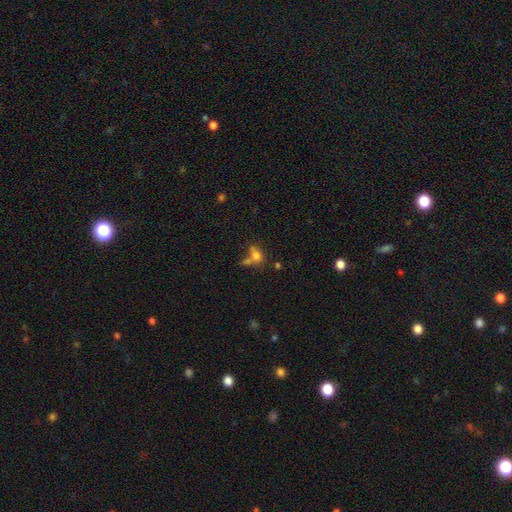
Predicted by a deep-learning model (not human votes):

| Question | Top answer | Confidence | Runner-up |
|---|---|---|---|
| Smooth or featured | smooth | 67% | star or artifact (18%) |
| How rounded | in between | 54% | round (41%) |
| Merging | merger | 42% | none (37%) |